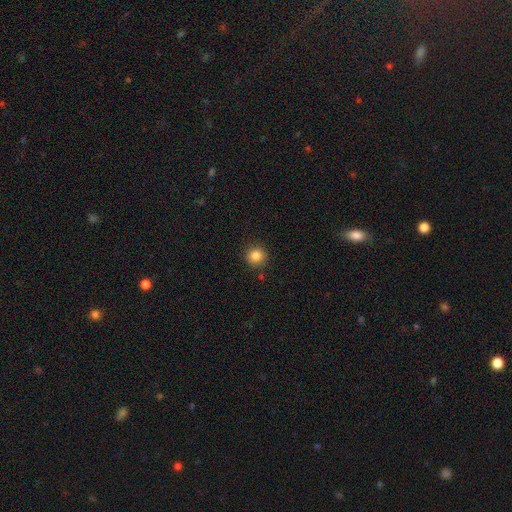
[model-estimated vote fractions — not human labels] A smooth galaxy with no disk features (85%) that is round (93%). Merging: none (89%).